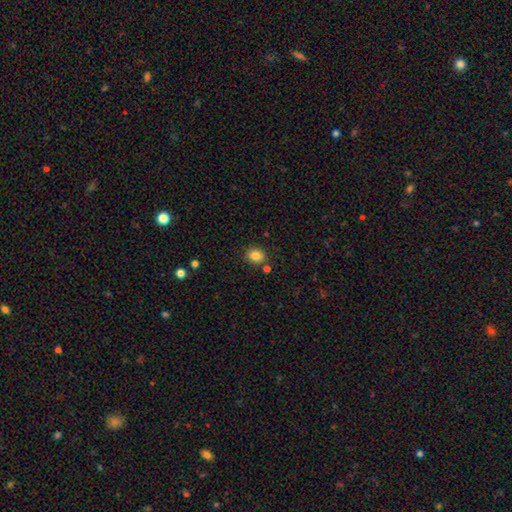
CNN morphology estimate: Smooth or featured? smooth (84%)
How rounded? round (62%)
Merging? none (81%)